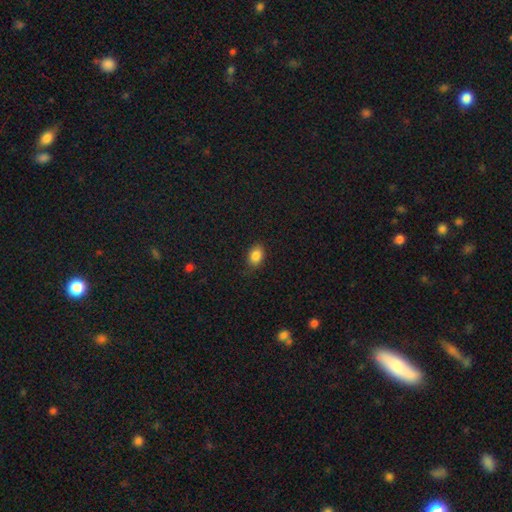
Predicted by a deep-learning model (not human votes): Overall: smooth (86%). How rounded: in between (75%). Merging: none (84%).